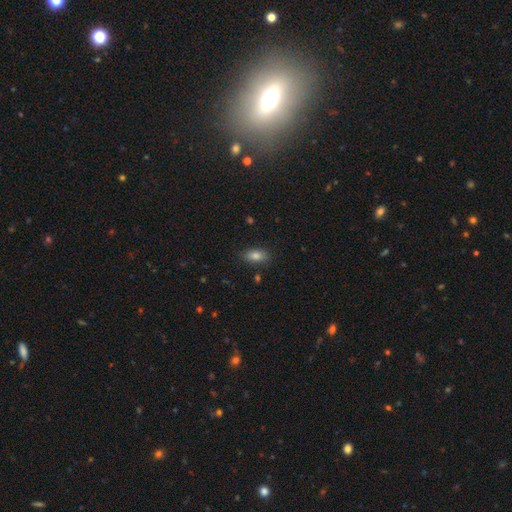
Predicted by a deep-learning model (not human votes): Smooth or featured: smooth — 81% (star or artifact — 10%)
How rounded: in between — 89% (round — 7%)
Merging: none — 85% (minor disturbance — 11%)